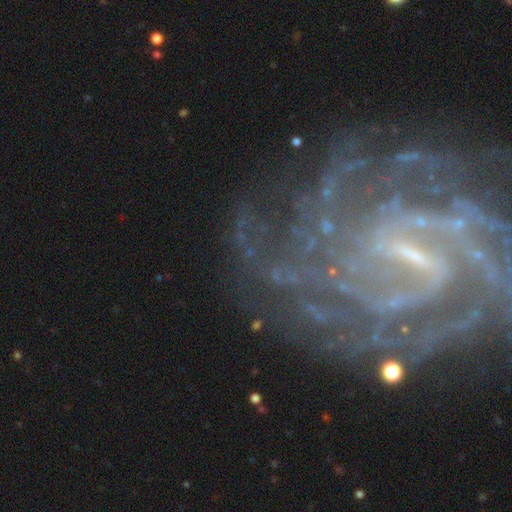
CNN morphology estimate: Smooth or featured?
  - featured or disk: 89% *
  - star or artifact: 7%
  - smooth: 4%
Edge-on disk?
  - no: 98% *
  - yes: 2%
Bar?
  - weak: 44% *
  - strong: 42%
  - no: 14%
Spiral arms?
  - yes: 96% *
  - no: 4%
Spiral winding?
  - tight: 59% *
  - medium: 32%
  - loose: 9%
Spiral arm count?
  - can't tell: 29% *
  - 4: 17%
  - more than 4: 16%
  - 2: 16%
  - 3: 13%
  - 1: 9%
Bulge size?
  - small: 61% *
  - none: 21%
  - moderate: 14%
  - large: 2%
  - dominant: 1%
Merging?
  - none: 70% *
  - minor disturbance: 15%
  - major disturbance: 13%
  - merger: 2%